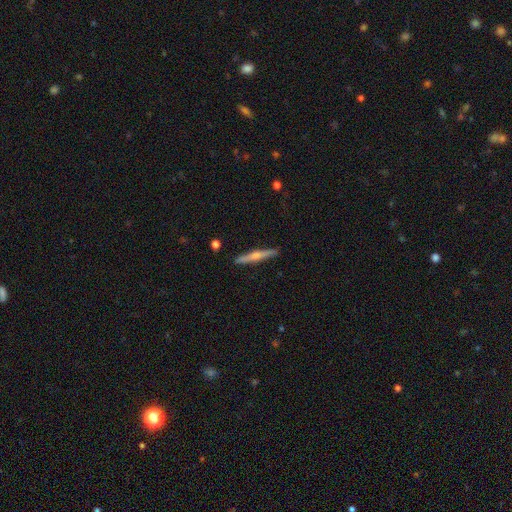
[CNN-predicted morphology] Smooth or featured? Predicted: featured or disk (p=0.56). Edge-on disk? Predicted: yes (p=0.97). Edge-on bulge? Predicted: rounded (p=0.79). Merging? Predicted: none (p=0.91).